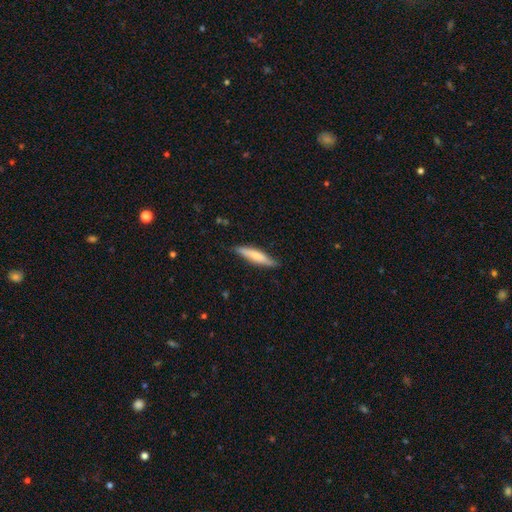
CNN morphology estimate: This is likely a smooth galaxy (66%). How rounded: clearly cigar-shaped (83%). Merging: clearly none (83%).